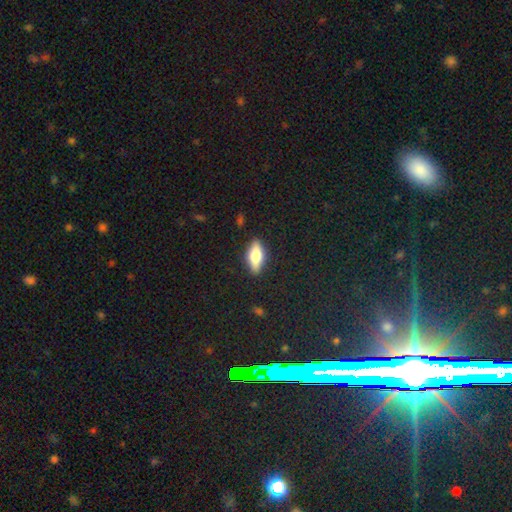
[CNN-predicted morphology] Smooth or featured? smooth (60%)
How rounded? in between (71%)
Merging? none (87%)